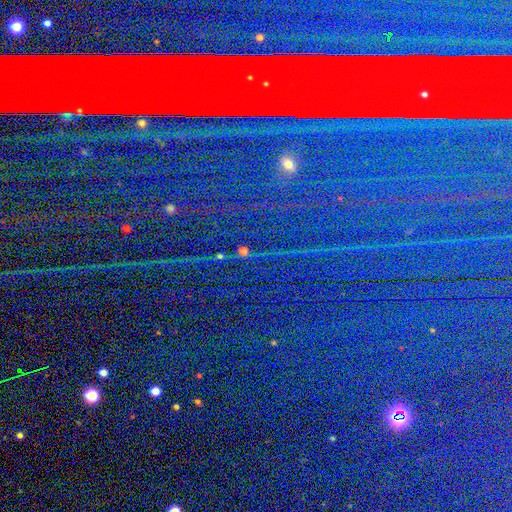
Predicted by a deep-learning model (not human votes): Smooth or featured? star or artifact (85%)